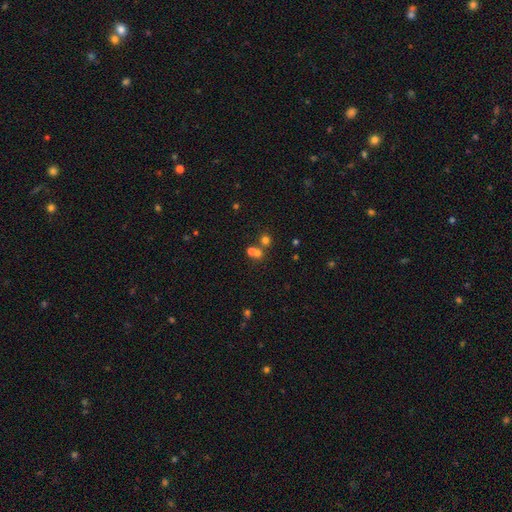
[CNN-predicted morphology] Smooth or featured? Predicted: smooth (p=0.50). How rounded? Predicted: round (p=0.68). Merging? Predicted: none (p=0.49).